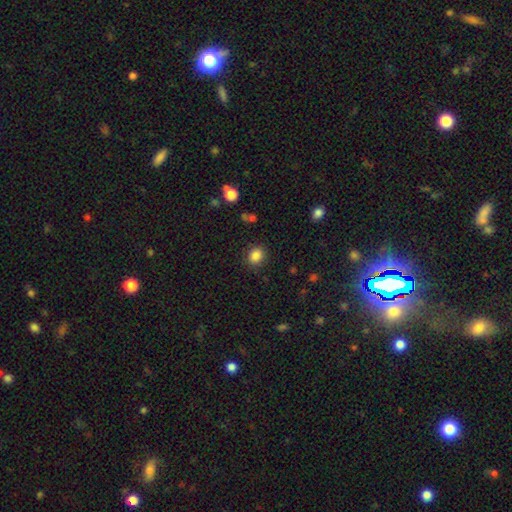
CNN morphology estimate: Smooth or featured?
  - smooth: 85% *
  - star or artifact: 10%
  - featured or disk: 4%
How rounded?
  - round: 69% *
  - in between: 30%
  - cigar-shaped: 1%
Merging?
  - none: 88% *
  - minor disturbance: 8%
  - major disturbance: 3%
  - merger: 2%